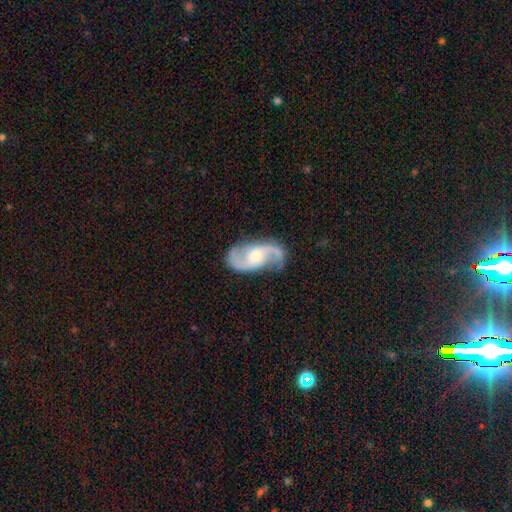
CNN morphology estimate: Smooth or featured?
  - featured or disk: 90% *
  - smooth: 6%
  - star or artifact: 4%
Edge-on disk?
  - no: 97% *
  - yes: 3%
Bar?
  - no: 50% *
  - weak: 39%
  - strong: 11%
Spiral arms?
  - yes: 98% *
  - no: 2%
Spiral winding?
  - medium: 45% *
  - loose: 44%
  - tight: 11%
Spiral arm count?
  - 2: 94% *
  - can't tell: 2%
  - 1: 2%
  - 3: 1%
  - 4: 1%
  - more than 4: 1%
Bulge size?
  - moderate: 53% *
  - small: 37%
  - large: 6%
  - none: 3%
  - dominant: 1%
Merging?
  - none: 79% *
  - minor disturbance: 14%
  - major disturbance: 5%
  - merger: 2%